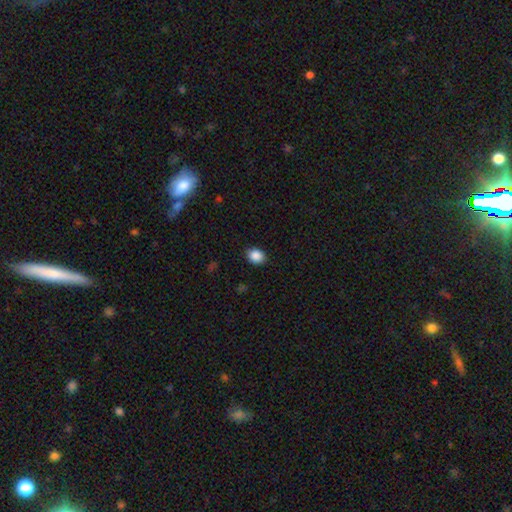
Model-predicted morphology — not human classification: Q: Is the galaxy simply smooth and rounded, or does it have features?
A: smooth — 88%.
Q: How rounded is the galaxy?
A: in between — 58%.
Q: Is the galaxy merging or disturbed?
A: none — 89%.